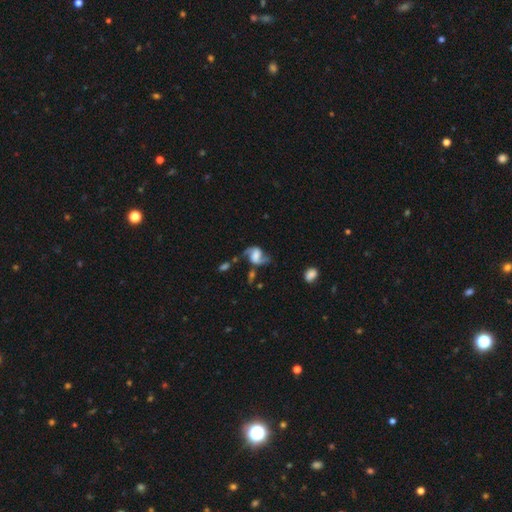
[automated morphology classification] This is likely a featured or disk galaxy (79%). It is clearly not viewed edge-on (97%). Bar: marginally weak (42%). Spiral arm pattern: clearly yes (93%). Spiral arm count: clearly 2 (90%). Spiral winding: possibly loose (60%). Central bulge: marginally none (32%). Merging: possibly none (53%).